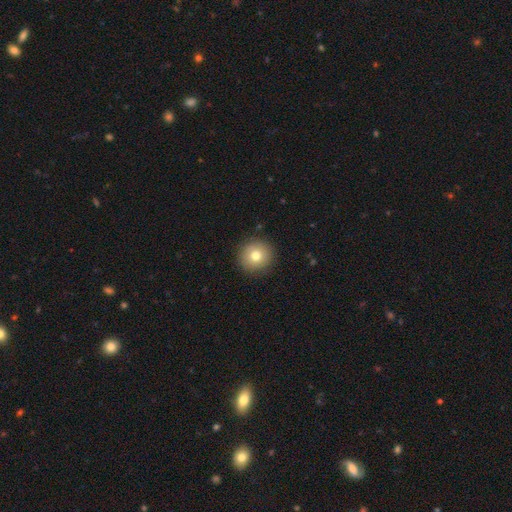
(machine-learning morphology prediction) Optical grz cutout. It shows a smooth galaxy with no disk features (77%) that is round (95%). Merging: none (91%).